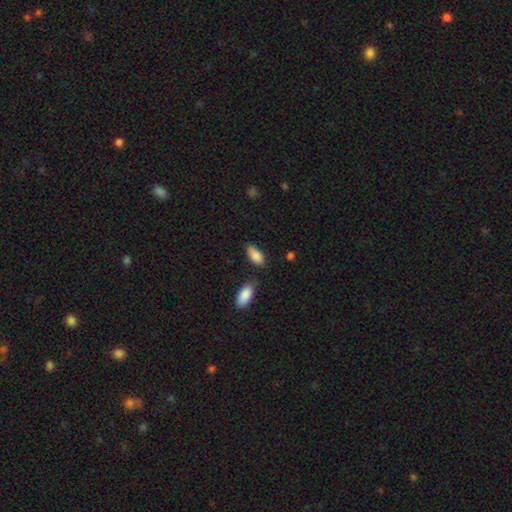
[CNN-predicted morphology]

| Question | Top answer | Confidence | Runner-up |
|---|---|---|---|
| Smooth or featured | smooth | 86% | featured or disk (7%) |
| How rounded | in between | 87% | cigar-shaped (11%) |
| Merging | none | 63% | minor disturbance (25%) |